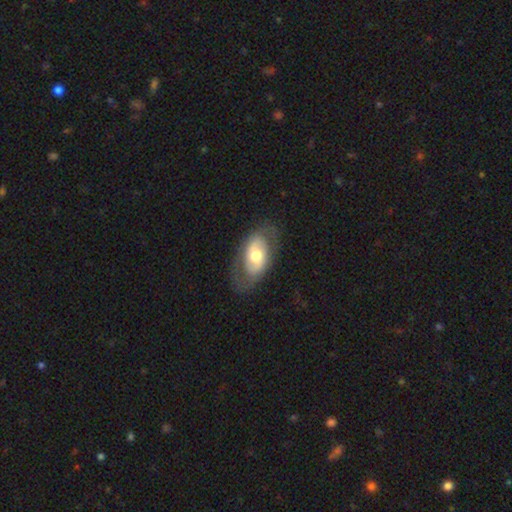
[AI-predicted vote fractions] This appears to be a featured or disk galaxy (55%) with no bar (66%), no spiral arms (55%) and a moderate central bulge (65%). Merging: none (71%).